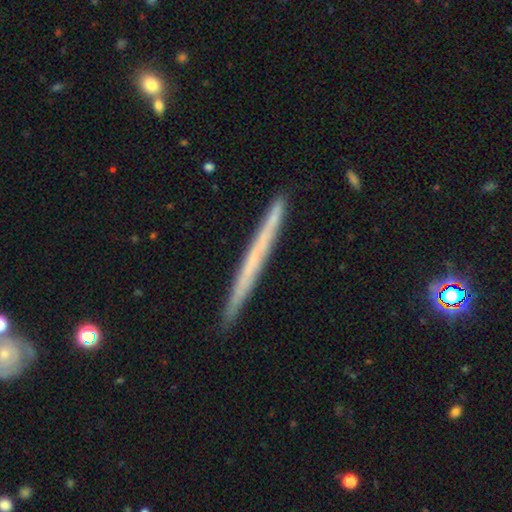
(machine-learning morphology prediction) The model was most divided on "smooth or featured": featured or disk: 48%, smooth: 46%, star or artifact: 6%. More confident: merging — none (91%).